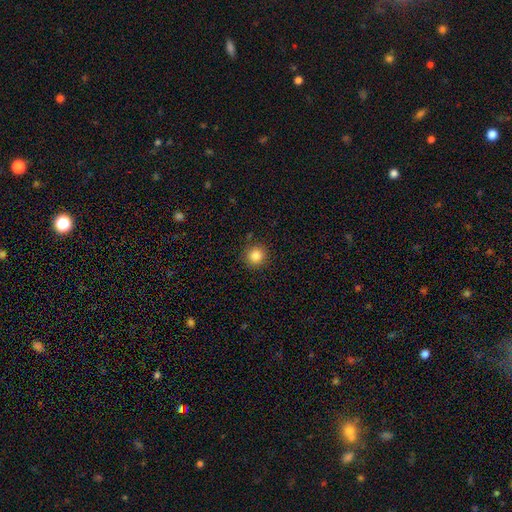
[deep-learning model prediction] A smooth galaxy with no disk features (85%) that is round (93%).

Vote fractions:
- Smooth or featured? smooth: 85% / star or artifact: 11% / featured or disk: 5%
- How rounded? round: 93% / in between: 6% / cigar-shaped: 1%
- Merging? none: 89% / minor disturbance: 7% / major disturbance: 2% / merger: 2%